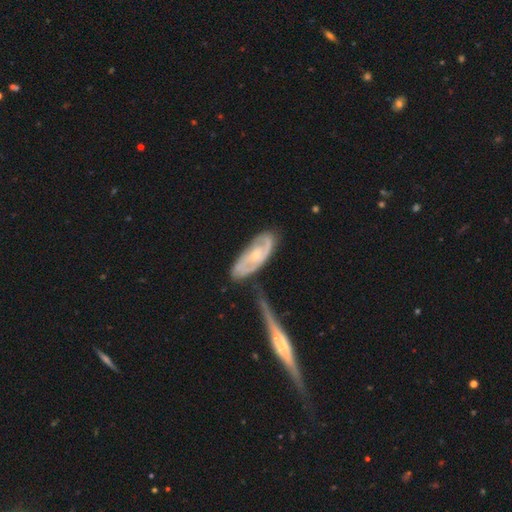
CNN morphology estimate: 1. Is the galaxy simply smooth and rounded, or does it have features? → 74% featured or disk, 21% smooth, 5% star or artifact.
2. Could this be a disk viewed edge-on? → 89% no, 11% yes.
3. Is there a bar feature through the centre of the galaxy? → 67% no, 26% weak, 6% strong.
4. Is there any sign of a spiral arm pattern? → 84% yes, 16% no.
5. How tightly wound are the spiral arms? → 50% tight, 37% medium, 14% loose.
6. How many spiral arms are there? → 57% 2, 29% can't tell, 6% 3, 5% 1, 2% 4, 2% more than 4.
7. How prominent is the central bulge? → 59% small, 36% moderate, 2% none, 1% large, 1% dominant.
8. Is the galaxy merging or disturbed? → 52% none, 22% minor disturbance, 15% merger, 10% major disturbance.